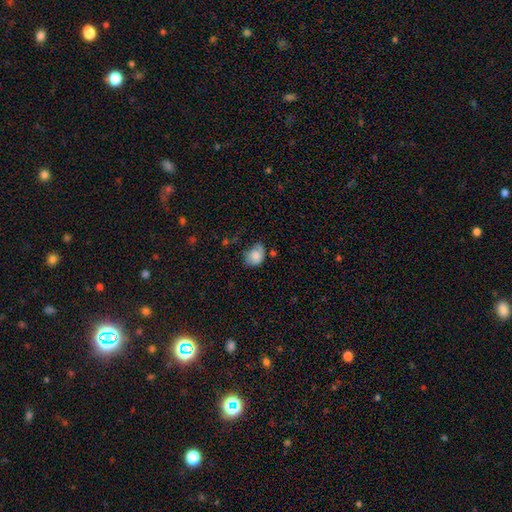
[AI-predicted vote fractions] smooth-or-featured: smooth: 79% | featured or disk: 12% | star or artifact: 8%
  how-rounded: in between: 53% | round: 46% | cigar-shaped: 1%
  merging: none: 42% | minor disturbance: 38% | major disturbance: 15% | merger: 5%